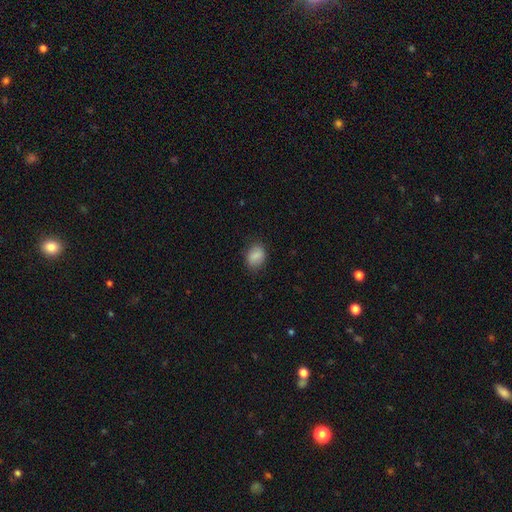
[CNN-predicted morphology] smooth-or-featured: smooth: 87% | star or artifact: 8% | featured or disk: 5%
  how-rounded: in between: 63% | round: 35% | cigar-shaped: 1%
  merging: none: 80% | minor disturbance: 16% | major disturbance: 4% | merger: 1%